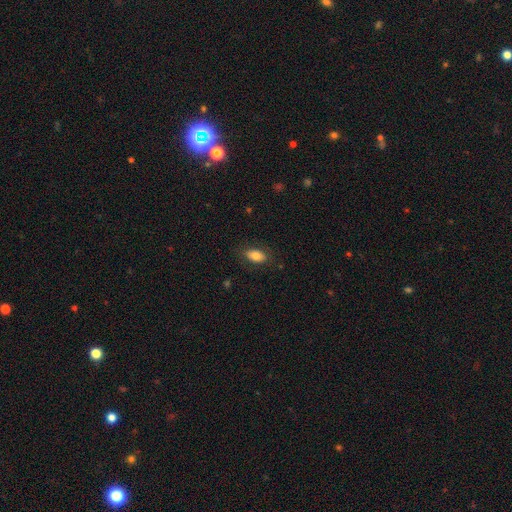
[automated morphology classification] type=smooth (81%); roundness=in between (89%); merging=none (83%).